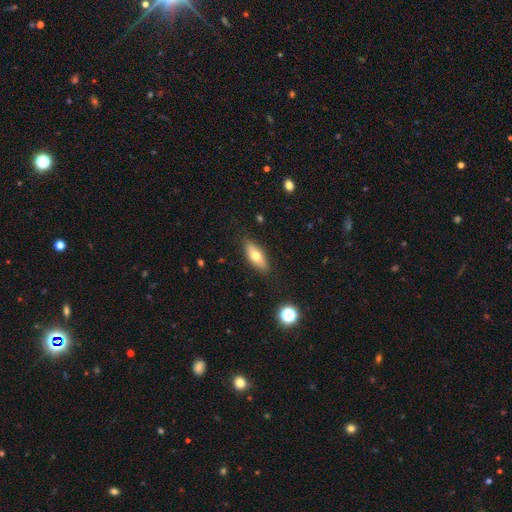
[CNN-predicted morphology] Smooth or featured? smooth (67%)
How rounded? in between (75%)
Merging? none (85%)